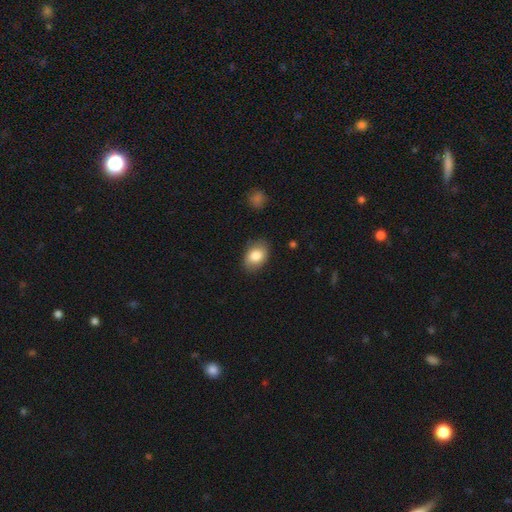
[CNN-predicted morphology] Smooth or featured?
  - smooth: 84% *
  - featured or disk: 8%
  - star or artifact: 7%
How rounded?
  - in between: 80% *
  - round: 19%
  - cigar-shaped: 1%
Merging?
  - none: 82% *
  - minor disturbance: 13%
  - major disturbance: 3%
  - merger: 1%